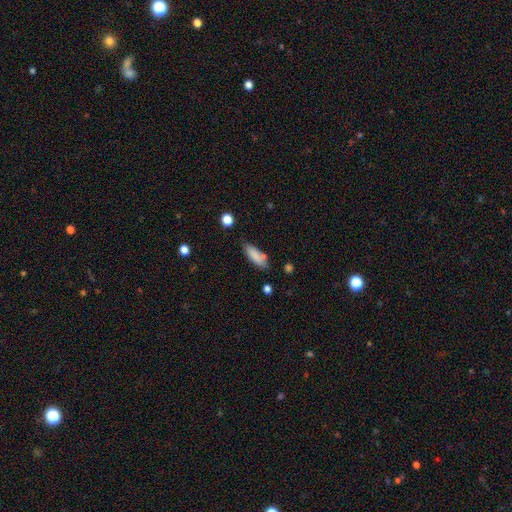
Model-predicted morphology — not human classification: smooth_or_featured: smooth (p=0.84) [alt: featured or disk p=0.09]
how_rounded: in between (p=0.67) [alt: cigar-shaped p=0.32]
merging: none (p=0.69) [alt: minor disturbance p=0.20]